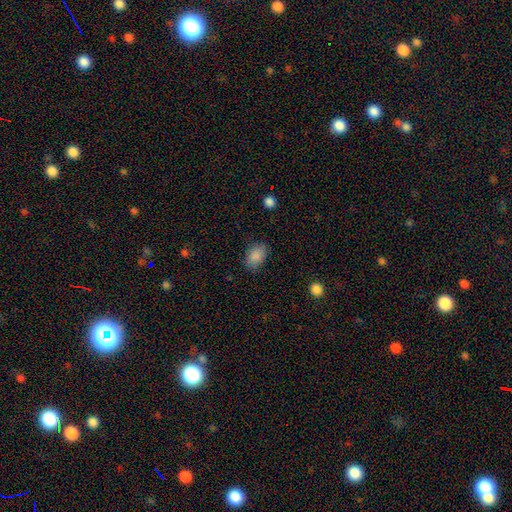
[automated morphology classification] Q: Smooth or featured?
A: smooth (87%); runner-up: star or artifact (8%)
Q: How rounded?
A: in between (80%); runner-up: round (18%)
Q: Merging?
A: none (80%); runner-up: minor disturbance (15%)